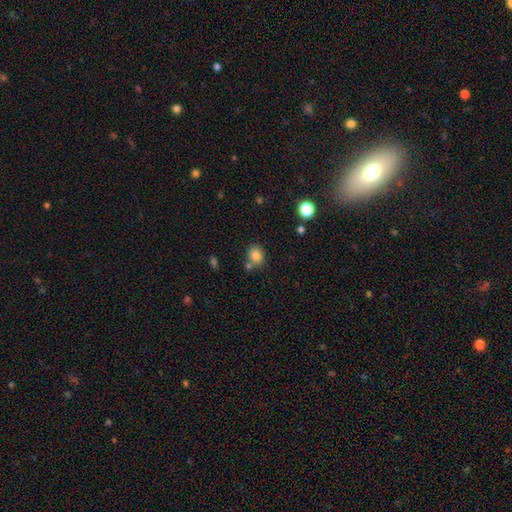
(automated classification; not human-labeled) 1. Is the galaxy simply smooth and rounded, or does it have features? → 83% smooth, 11% star or artifact, 7% featured or disk.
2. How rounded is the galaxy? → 58% round, 41% in between, 1% cigar-shaped.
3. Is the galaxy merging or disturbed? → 68% none, 16% merger, 12% minor disturbance, 4% major disturbance.